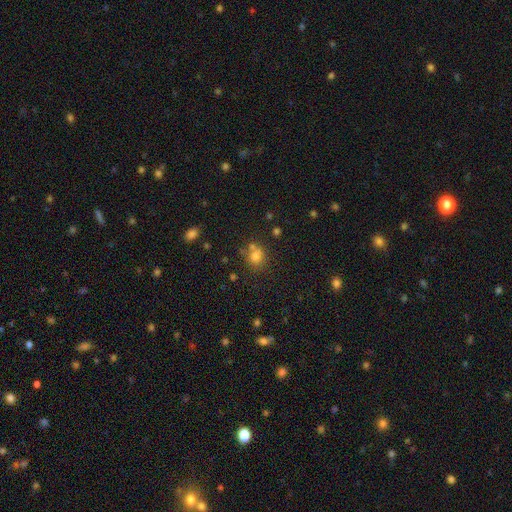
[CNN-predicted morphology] A smooth galaxy with no disk features (71%) that is round (74%). Merging: none (59%).